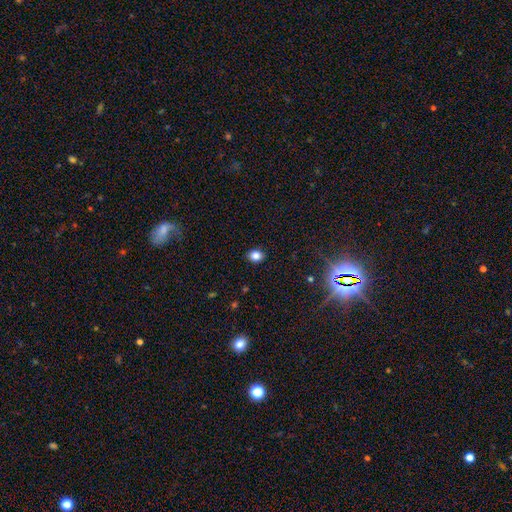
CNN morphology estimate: Smooth or featured? smooth (83%)
How rounded? round (55%)
Merging? none (89%)